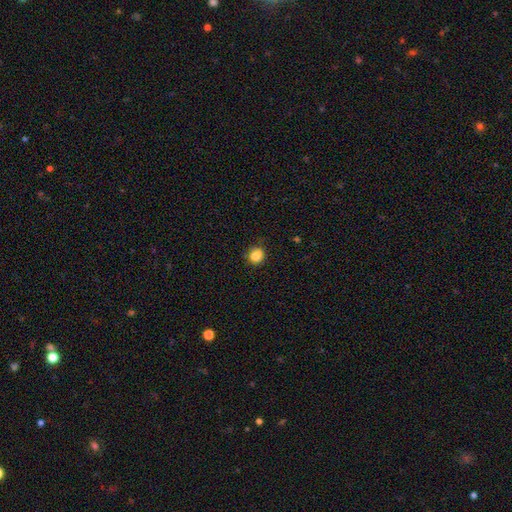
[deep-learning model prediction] Smooth or featured? smooth (84%)
How rounded? round (81%)
Merging? none (77%)